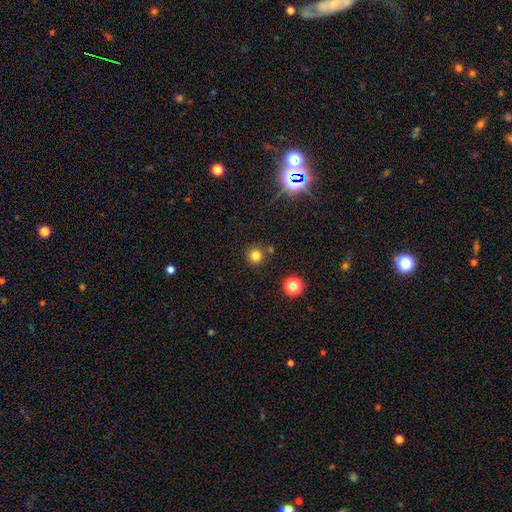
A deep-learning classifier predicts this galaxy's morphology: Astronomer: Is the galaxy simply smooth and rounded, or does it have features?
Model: smooth — 78%.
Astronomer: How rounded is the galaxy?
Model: round — 94%.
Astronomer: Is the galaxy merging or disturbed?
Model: none — 81%.